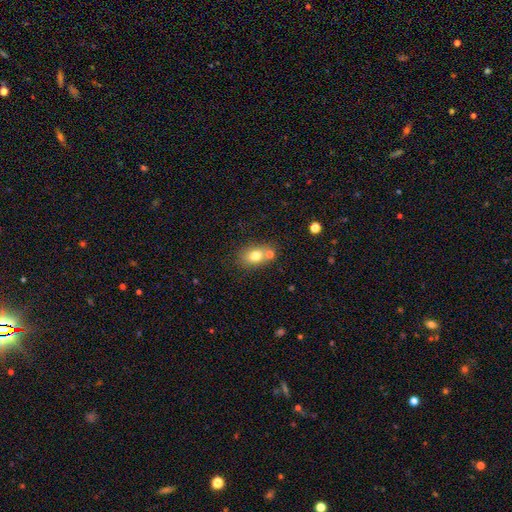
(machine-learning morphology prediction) This appears to be a smooth galaxy with no disk features (75%) that is in between round and cigar-shaped (69%). Merging: none (58%).